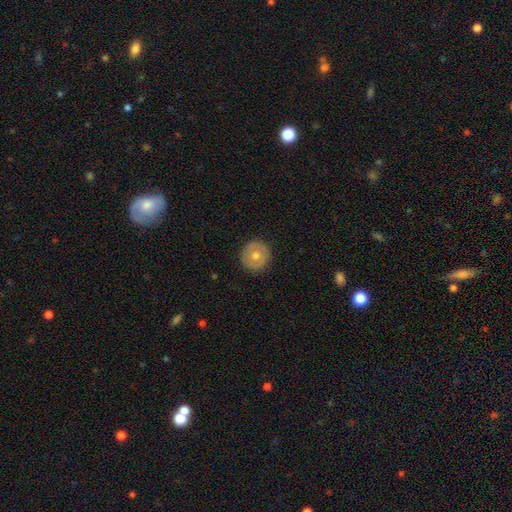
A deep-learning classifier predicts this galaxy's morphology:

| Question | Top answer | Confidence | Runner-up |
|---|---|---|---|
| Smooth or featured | smooth | 63% | featured or disk (30%) |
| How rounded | round | 95% | in between (4%) |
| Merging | none | 91% | minor disturbance (6%) |